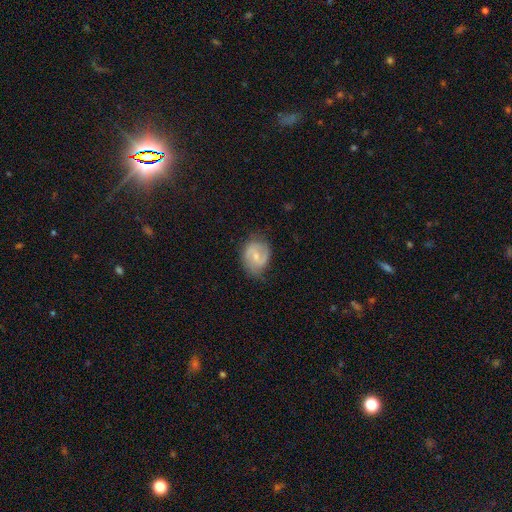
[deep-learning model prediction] A featured or disk galaxy (69%) with a weak bar (56%), 2 (83%) medium (49%) spiral arms (88%) and a small central bulge (58%).

Vote fractions:
- Smooth or featured? featured or disk: 69% / smooth: 25% / star or artifact: 6%
- Edge-on disk? no: 97% / yes: 3%
- Bar? weak: 56% / no: 27% / strong: 17%
- Spiral arms? yes: 88% / no: 12%
- Spiral winding? medium: 49% / loose: 26% / tight: 25%
- Spiral arm count? 2: 83% / can't tell: 9% / 1: 5% / 3: 2% / 4: 1% / more than 4: 1%
- Bulge size? small: 58% / moderate: 36% / none: 4% / large: 1% / dominant: 1%
- Merging? none: 67% / minor disturbance: 24% / major disturbance: 8% / merger: 1%